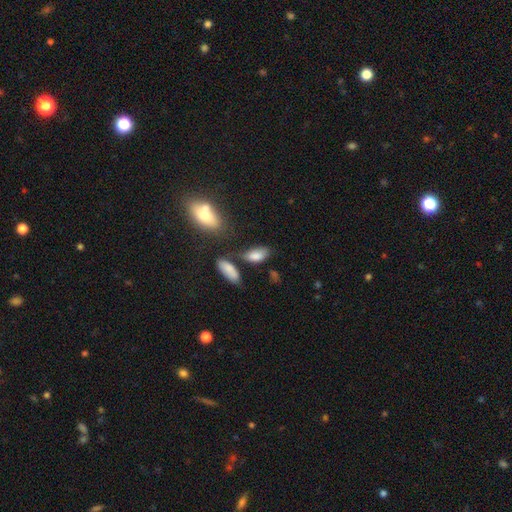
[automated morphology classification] smooth 81%, featured or disk 11%, star or artifact 9%. Down the decision tree: how rounded — in between (90%); merging — none (56%).